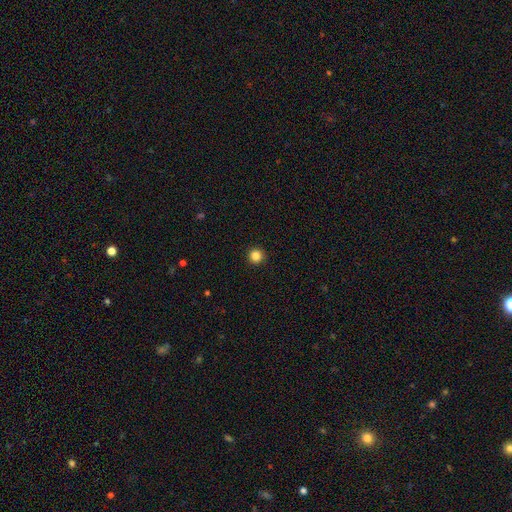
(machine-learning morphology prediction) Q: Smooth or featured?
A: smooth (85%); runner-up: star or artifact (12%)
Q: How rounded?
A: round (96%); runner-up: in between (3%)
Q: Merging?
A: none (94%); runner-up: minor disturbance (4%)